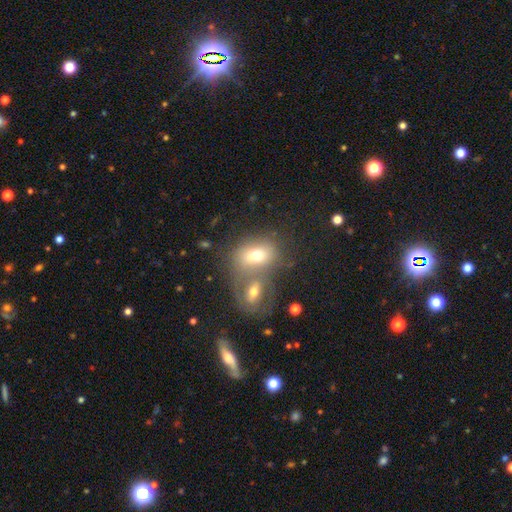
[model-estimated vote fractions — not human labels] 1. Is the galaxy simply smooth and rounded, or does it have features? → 65% smooth, 25% featured or disk, 10% star or artifact.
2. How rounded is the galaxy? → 69% in between, 29% round, 2% cigar-shaped.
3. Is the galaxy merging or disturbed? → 59% merger, 27% none, 9% minor disturbance, 5% major disturbance.